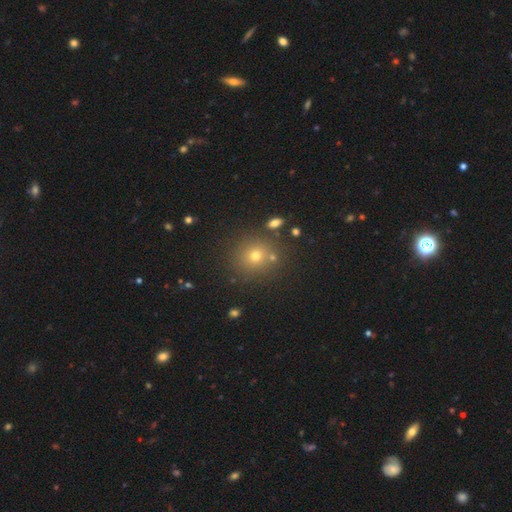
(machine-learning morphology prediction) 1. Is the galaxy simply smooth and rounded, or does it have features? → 67% smooth, 23% star or artifact, 10% featured or disk.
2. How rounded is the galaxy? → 89% round, 10% in between, 1% cigar-shaped.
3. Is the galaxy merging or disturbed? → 80% none, 9% merger, 8% minor disturbance, 3% major disturbance.